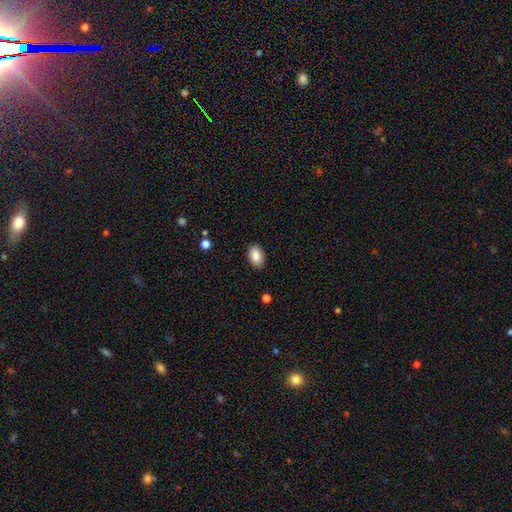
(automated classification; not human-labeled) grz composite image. It shows a smooth galaxy with no disk features (88%) that is in between round and cigar-shaped (89%). Merging: none (87%).